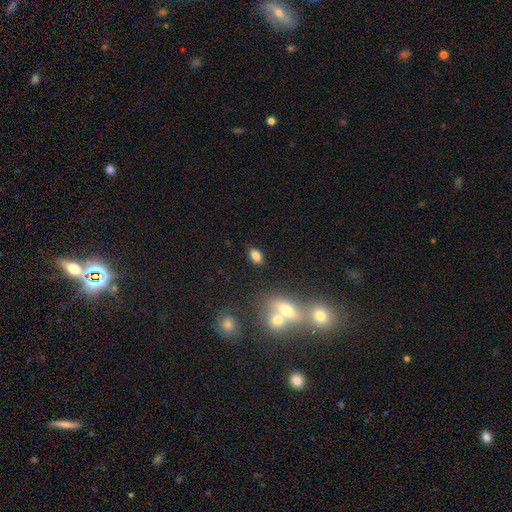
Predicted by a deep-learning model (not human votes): smooth 83%, star or artifact 10%, featured or disk 7%. Down the decision tree: how rounded — in between (86%); merging — none (80%).